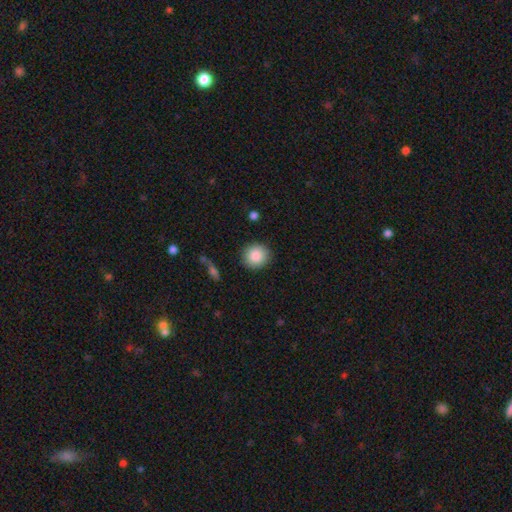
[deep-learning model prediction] A smooth galaxy with no disk features (88%) that is round (89%).

Vote fractions:
- Smooth or featured? smooth: 88% / star or artifact: 8% / featured or disk: 4%
- How rounded? round: 89% / in between: 10% / cigar-shaped: 1%
- Merging? none: 89% / minor disturbance: 7% / major disturbance: 2% / merger: 1%